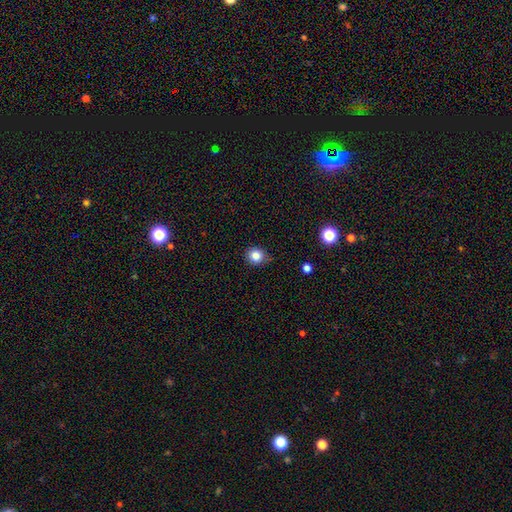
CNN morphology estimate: Smooth or featured? smooth (83%)
How rounded? round (86%)
Merging? none (81%)